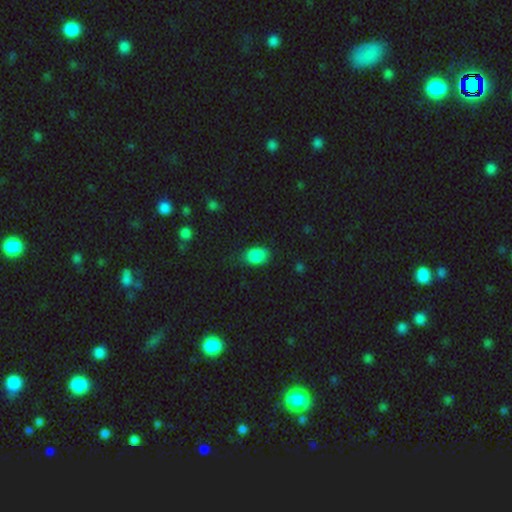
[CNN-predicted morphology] Smooth or featured?
  - smooth: 85% *
  - star or artifact: 10%
  - featured or disk: 5%
How rounded?
  - in between: 82% *
  - round: 17%
  - cigar-shaped: 2%
Merging?
  - none: 68% *
  - minor disturbance: 24%
  - major disturbance: 6%
  - merger: 2%